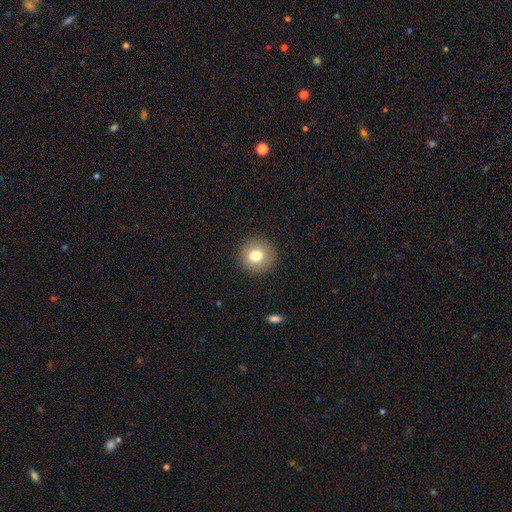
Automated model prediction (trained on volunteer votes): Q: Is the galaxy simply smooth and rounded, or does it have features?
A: smooth — 78%.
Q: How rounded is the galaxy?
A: round — 94%.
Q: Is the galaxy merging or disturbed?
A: none — 91%.